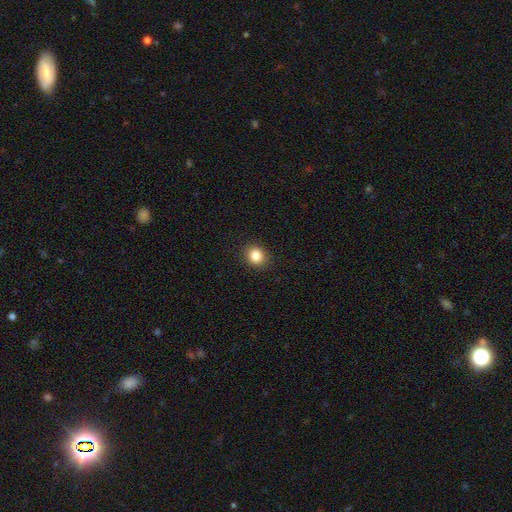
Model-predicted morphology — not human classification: smooth-or-featured: smooth: 85% | star or artifact: 10% | featured or disk: 4%
  how-rounded: round: 75% | in between: 24% | cigar-shaped: 1%
  merging: none: 90% | minor disturbance: 7% | major disturbance: 2% | merger: 1%